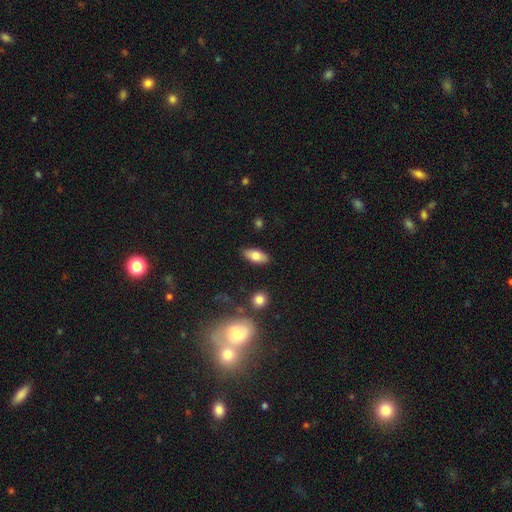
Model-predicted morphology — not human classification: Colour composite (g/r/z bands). It shows a smooth galaxy with no disk features (76%) that is in between round and cigar-shaped (84%). Merging: none (86%).